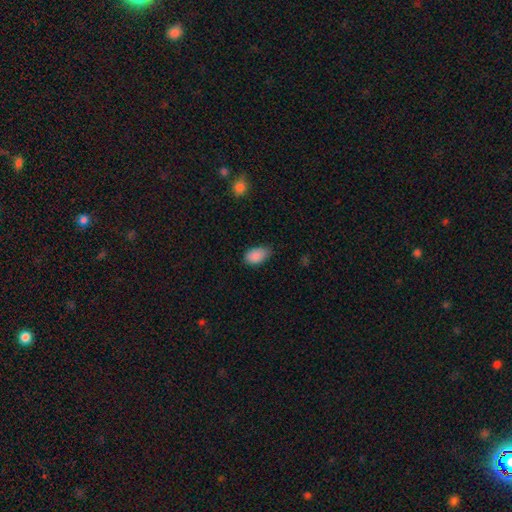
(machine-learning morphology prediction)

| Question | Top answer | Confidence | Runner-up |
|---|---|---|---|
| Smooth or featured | smooth | 89% | star or artifact (7%) |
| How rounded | in between | 92% | round (7%) |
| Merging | none | 67% | minor disturbance (28%) |